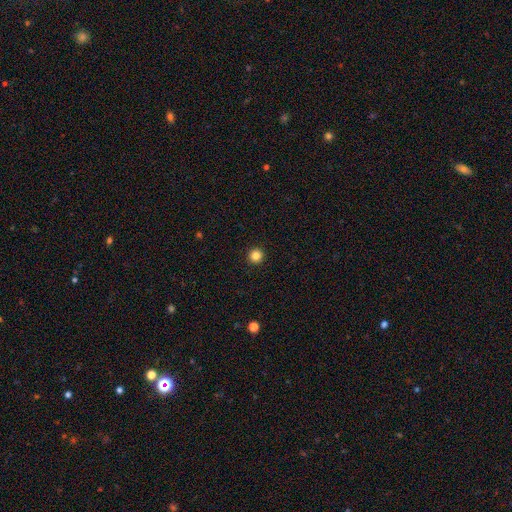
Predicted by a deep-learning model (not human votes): Overall: smooth (85%). How rounded: round (96%). Merging: none (94%).